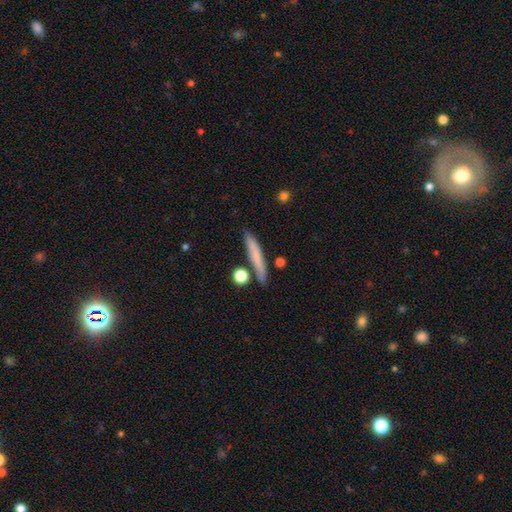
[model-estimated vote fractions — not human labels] Q: Smooth or featured?
A: smooth (68%); runner-up: featured or disk (25%)
Q: How rounded?
A: cigar-shaped (91%); runner-up: in between (6%)
Q: Merging?
A: none (82%); runner-up: minor disturbance (11%)